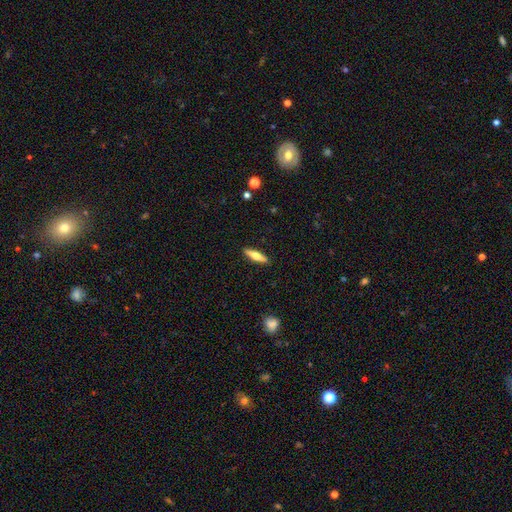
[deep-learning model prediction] smooth 48%, featured or disk 47%, star or artifact 6%. Down the decision tree: merging — none (91%).